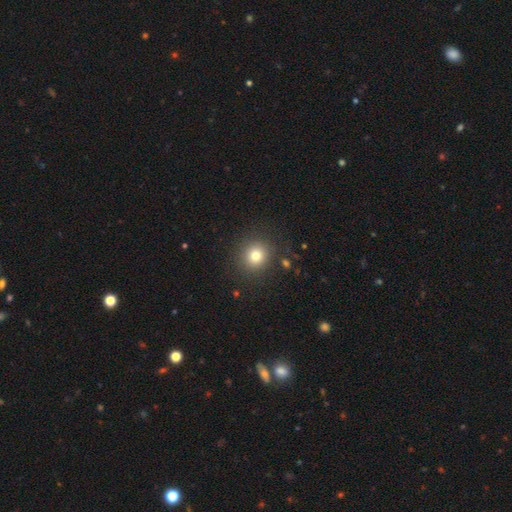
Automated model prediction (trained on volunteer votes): This appears to be a smooth galaxy with no disk features (78%) that is round (86%). Merging: none (88%).